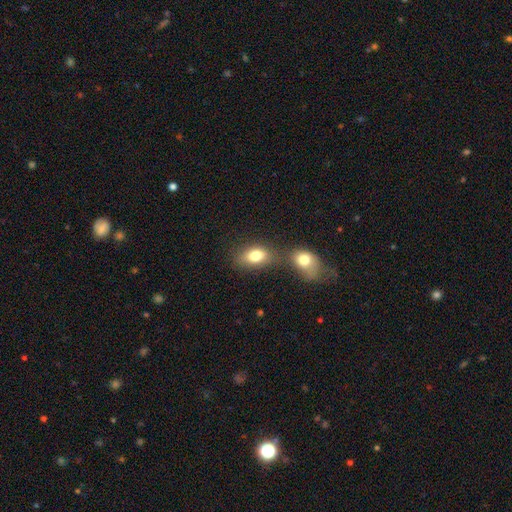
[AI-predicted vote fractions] smooth-or-featured: smooth: 78% | featured or disk: 12% | star or artifact: 9%
  how-rounded: in between: 82% | round: 16% | cigar-shaped: 2%
  merging: merger: 45% | none: 40% | minor disturbance: 10% | major disturbance: 5%